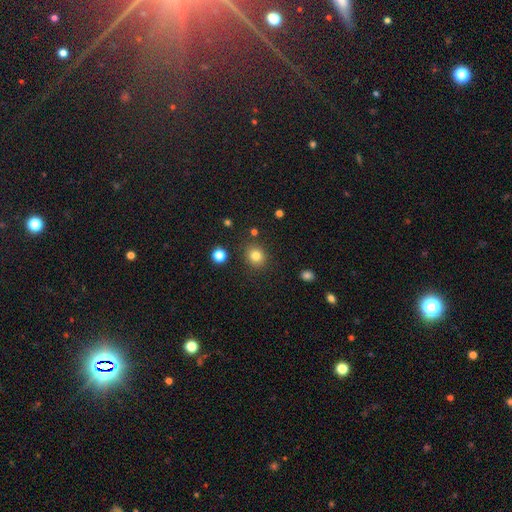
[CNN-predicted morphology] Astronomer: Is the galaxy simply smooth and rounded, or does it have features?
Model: smooth — 82%.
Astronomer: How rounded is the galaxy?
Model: round — 78%.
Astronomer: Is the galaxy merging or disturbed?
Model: none — 86%.